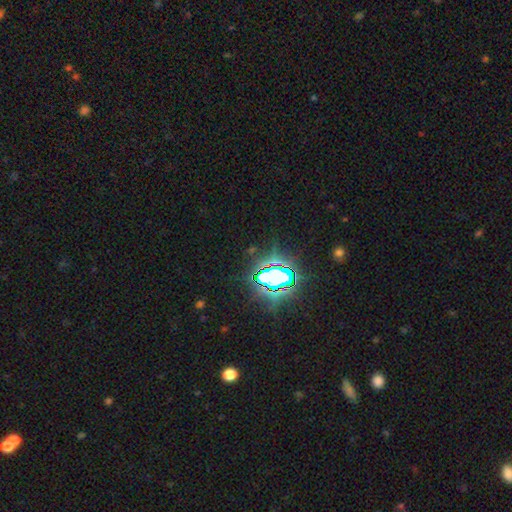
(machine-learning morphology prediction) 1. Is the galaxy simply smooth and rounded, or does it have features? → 80% star or artifact, 13% smooth, 8% featured or disk.